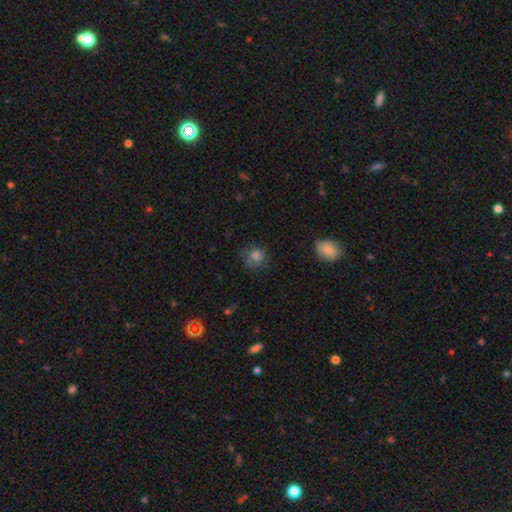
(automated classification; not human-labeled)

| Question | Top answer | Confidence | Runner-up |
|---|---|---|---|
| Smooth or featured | smooth | 75% | star or artifact (14%) |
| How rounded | round | 81% | in between (18%) |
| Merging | none | 66% | minor disturbance (22%) |